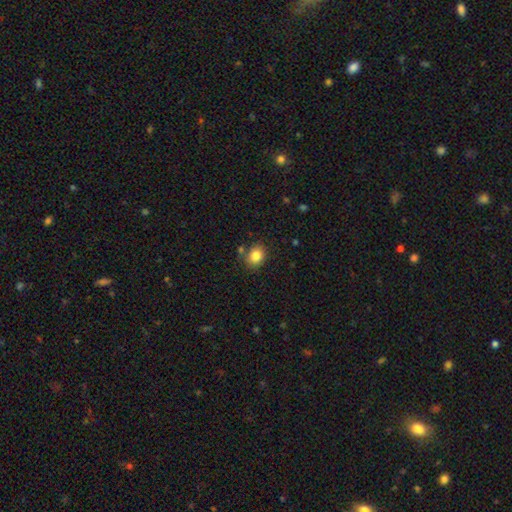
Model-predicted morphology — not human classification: Smooth or featured? Predicted: smooth (p=0.84). How rounded? Predicted: round (p=0.54). Merging? Predicted: none (p=0.77).